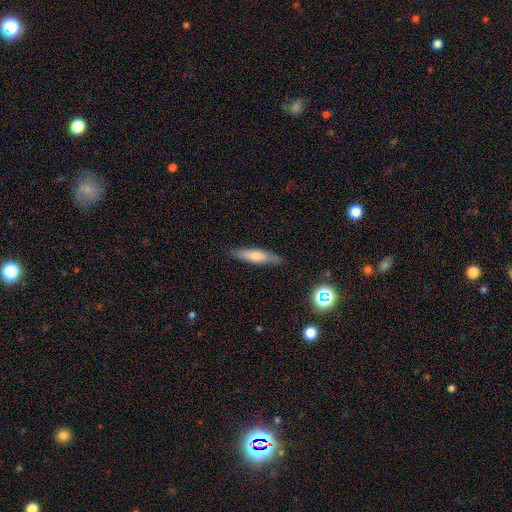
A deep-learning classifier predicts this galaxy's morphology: This is possibly a smooth galaxy (54%). How rounded: clearly cigar-shaped (81%). Merging: clearly none (86%).